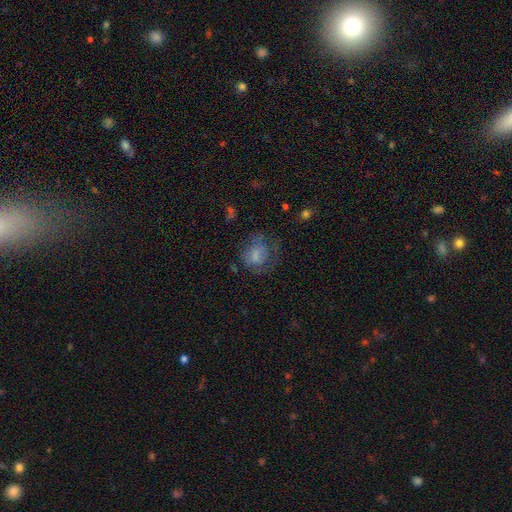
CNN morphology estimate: Smooth or featured? smooth (52%)
How rounded? round (58%)
Merging? none (52%)